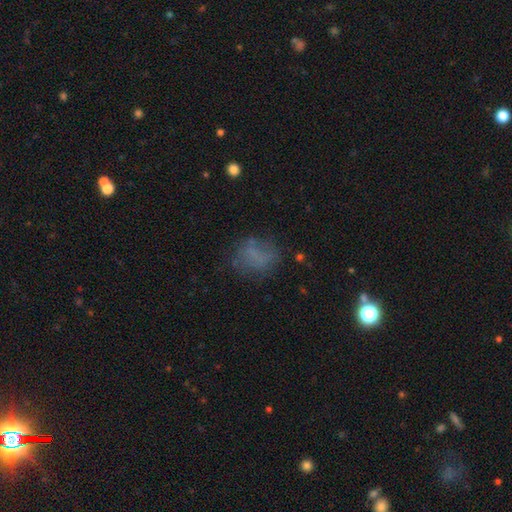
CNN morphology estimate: A smooth galaxy with no disk features (58%) that is in between round and cigar-shaped (49%).

Vote fractions:
- Smooth or featured? smooth: 58% / featured or disk: 23% / star or artifact: 20%
- How rounded? in between: 49% / round: 48% / cigar-shaped: 2%
- Merging? none: 59% / minor disturbance: 21% / major disturbance: 17% / merger: 3%